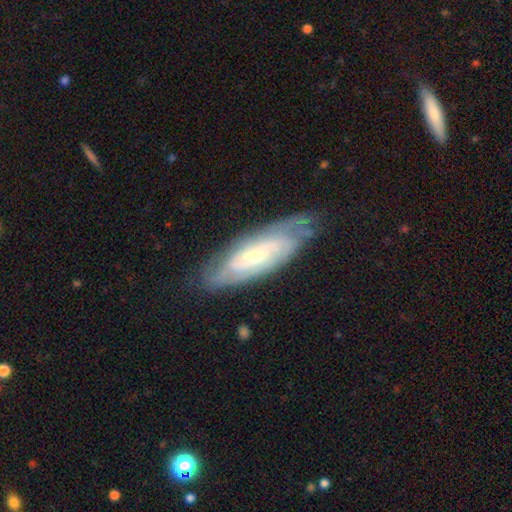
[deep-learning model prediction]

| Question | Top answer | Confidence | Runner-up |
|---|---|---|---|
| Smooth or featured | featured or disk | 77% | smooth (17%) |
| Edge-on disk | no | 83% | yes (17%) |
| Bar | no | 49% | weak (37%) |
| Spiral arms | yes | 90% | no (10%) |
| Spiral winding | tight | 65% | medium (28%) |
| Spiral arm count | can't tell | 51% | 2 (26%) |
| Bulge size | small | 58% | moderate (37%) |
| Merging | none | 71% | minor disturbance (21%) |